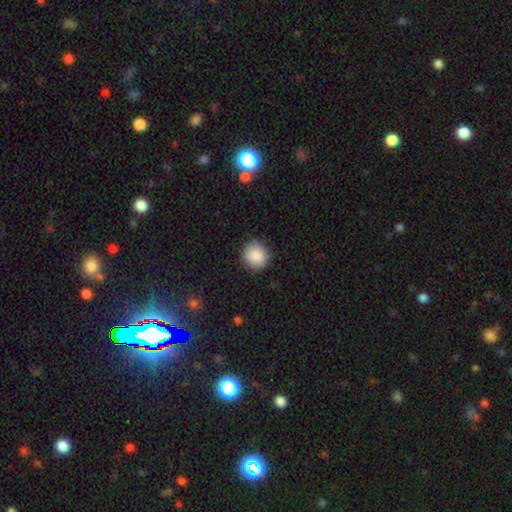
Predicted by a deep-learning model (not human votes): smooth 89%, star or artifact 8%, featured or disk 4%. Down the decision tree: how rounded — round (91%); merging — none (88%).